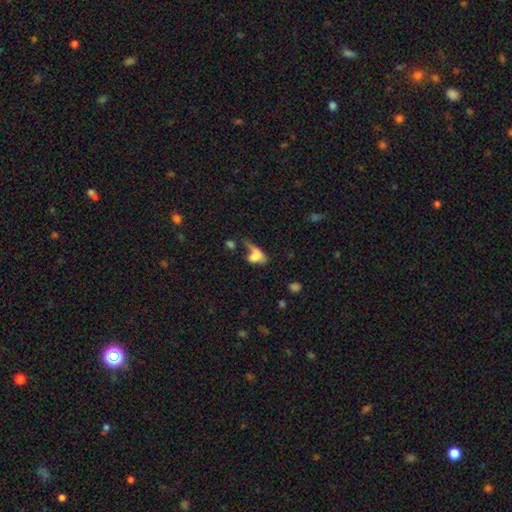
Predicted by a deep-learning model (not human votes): Morphology: type=smooth (64%); roundness=in between (75%); merging=major disturbance (32%).